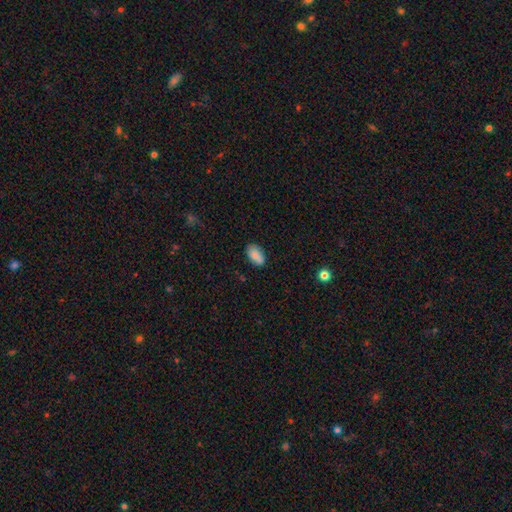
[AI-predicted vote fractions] Smooth or featured? Predicted: smooth (p=0.83). How rounded? Predicted: in between (p=0.93). Merging? Predicted: none (p=0.75).